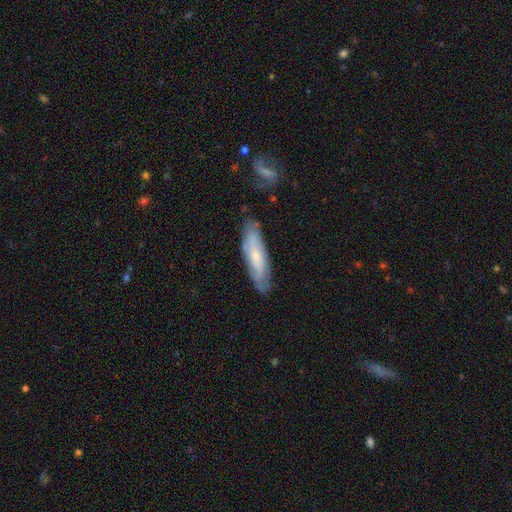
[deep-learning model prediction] smooth-or-featured: featured or disk: 52% | smooth: 41% | star or artifact: 7%
  disk-edge-on: no: 66% | yes: 34%
  merging: none: 75% | minor disturbance: 18% | major disturbance: 4% | merger: 3%